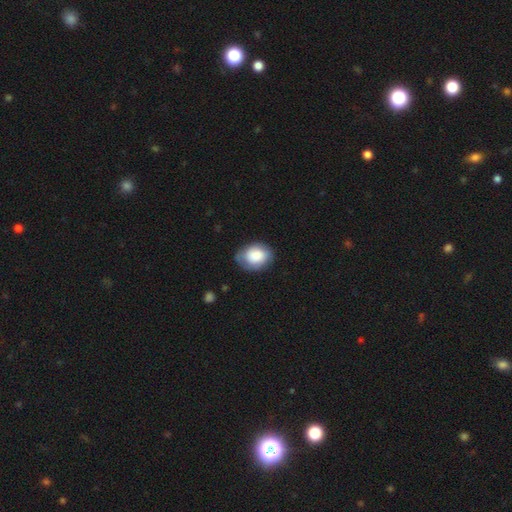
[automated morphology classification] Smooth or featured? Predicted: smooth (p=0.77). How rounded? Predicted: in between (p=0.61). Merging? Predicted: none (p=0.68).